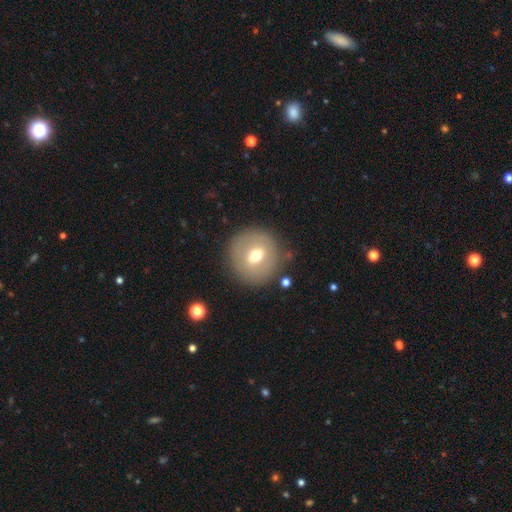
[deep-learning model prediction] Overall: smooth (59%; featured or disk 32%). How rounded: round (91%). Merging: none (82%).